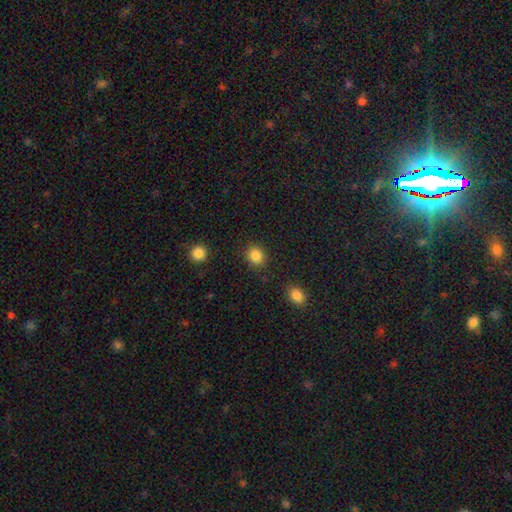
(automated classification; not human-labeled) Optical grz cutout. It shows a smooth galaxy with no disk features (86%) that is round (69%). Merging: none (87%).